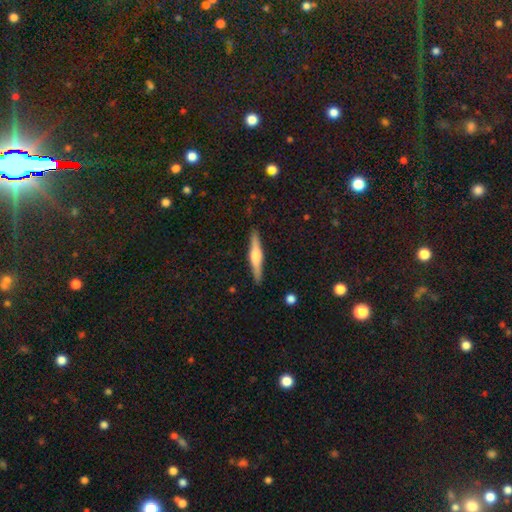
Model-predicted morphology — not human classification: Smooth or featured: featured or disk — 62% (smooth — 32%)
Edge-on disk: yes — 97% (no — 3%)
Edge-on bulge: rounded — 81% (boxy — 14%)
Merging: none — 90% (minor disturbance — 7%)